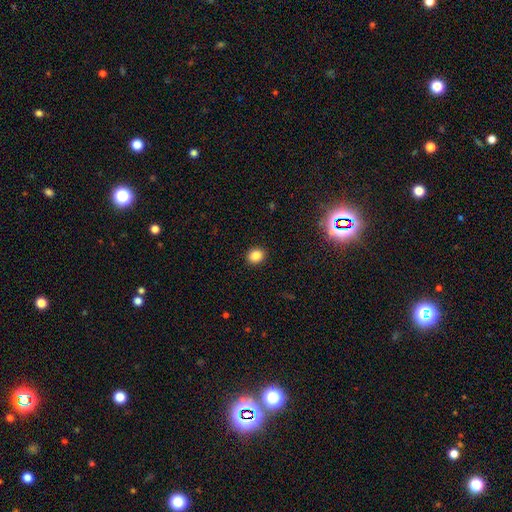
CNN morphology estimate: Smooth or featured? Predicted: smooth (p=0.86). How rounded? Predicted: round (p=0.63). Merging? Predicted: none (p=0.91).